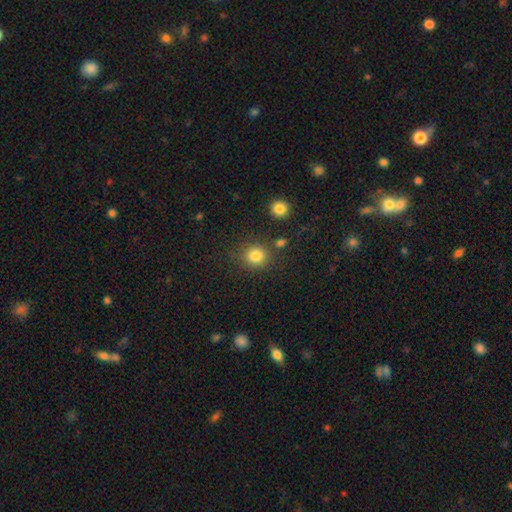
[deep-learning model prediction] smooth 83%, star or artifact 12%, featured or disk 5%. Down the decision tree: how rounded — round (86%); merging — none (81%).